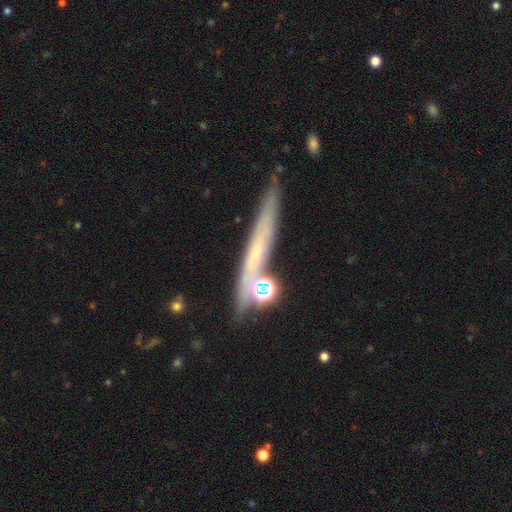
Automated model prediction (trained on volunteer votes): Q: Smooth or featured?
A: featured or disk (48%); runner-up: smooth (38%)
Q: Merging?
A: none (70%); runner-up: minor disturbance (15%)